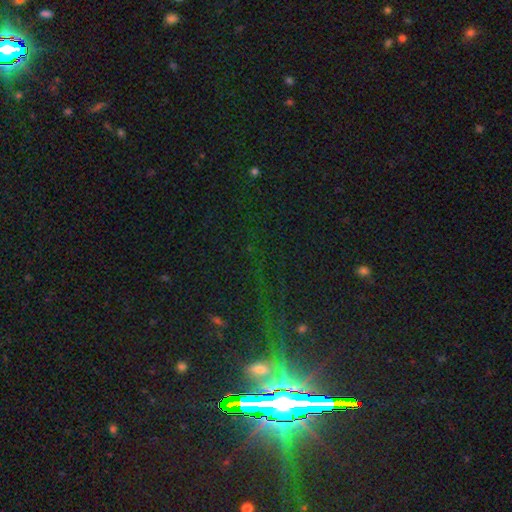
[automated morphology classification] Smooth or featured? Predicted: star or artifact (p=0.78).